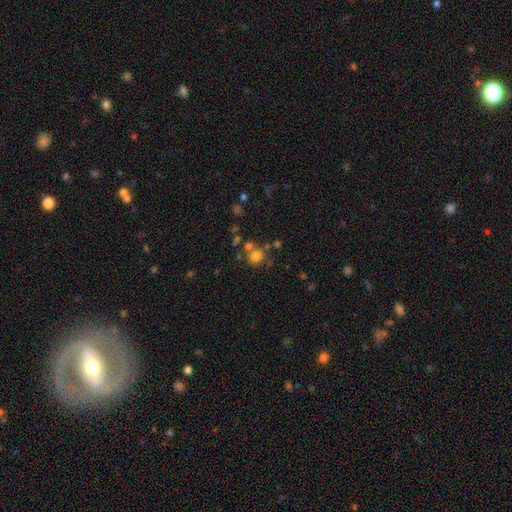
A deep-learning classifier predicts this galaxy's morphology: Smooth or featured? Predicted: smooth (p=0.75). How rounded? Predicted: round (p=0.83). Merging? Predicted: none (p=0.64).